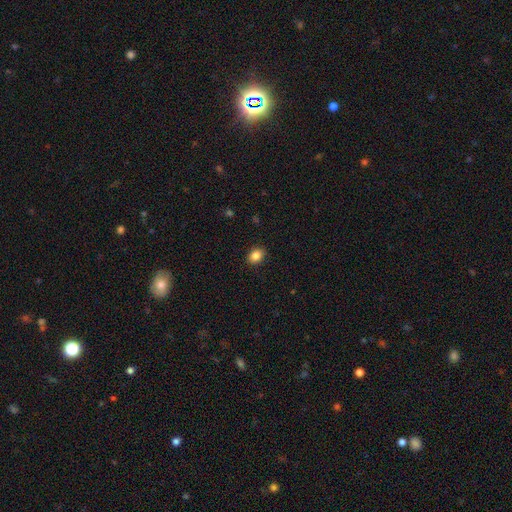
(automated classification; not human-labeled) Smooth or featured? smooth (86%)
How rounded? in between (59%)
Merging? none (90%)